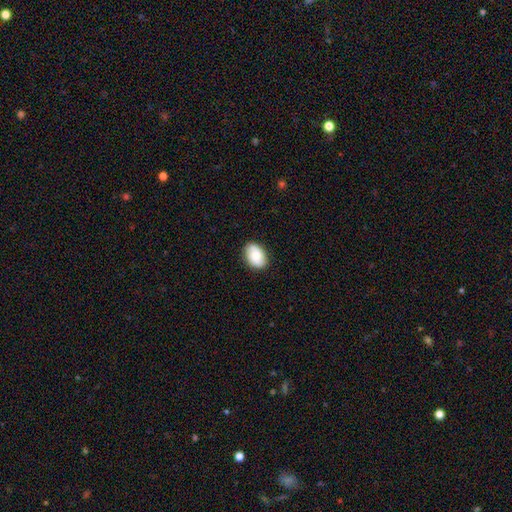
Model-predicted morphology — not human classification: Q: Smooth or featured?
A: smooth (74%); runner-up: featured or disk (19%)
Q: How rounded?
A: in between (83%); runner-up: round (16%)
Q: Merging?
A: none (86%); runner-up: minor disturbance (11%)